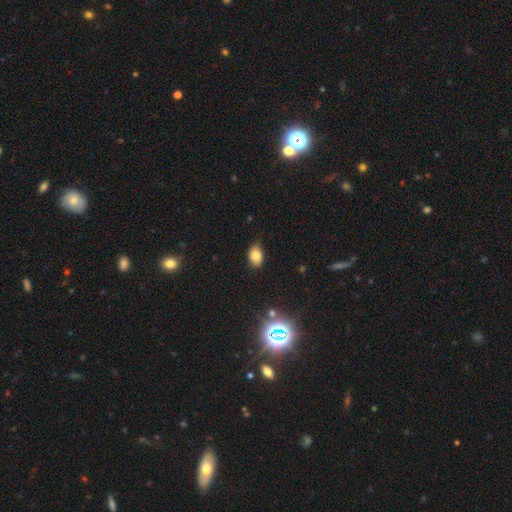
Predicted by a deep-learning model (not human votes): Smooth or featured? smooth (79%)
How rounded? in between (87%)
Merging? none (81%)